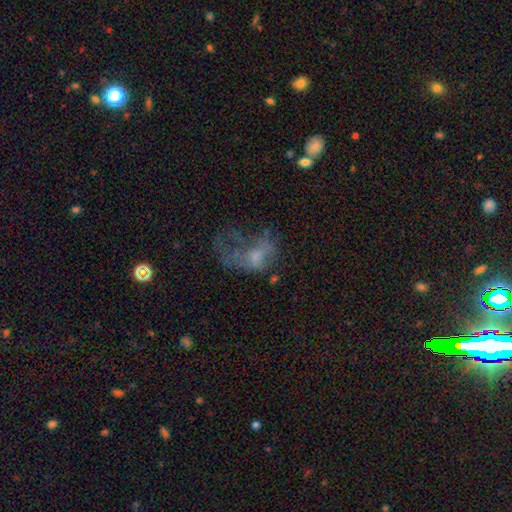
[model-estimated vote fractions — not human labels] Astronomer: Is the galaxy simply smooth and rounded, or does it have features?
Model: featured or disk — 44% (runner-up: smooth, 37%).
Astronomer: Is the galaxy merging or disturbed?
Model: major disturbance — 58%.